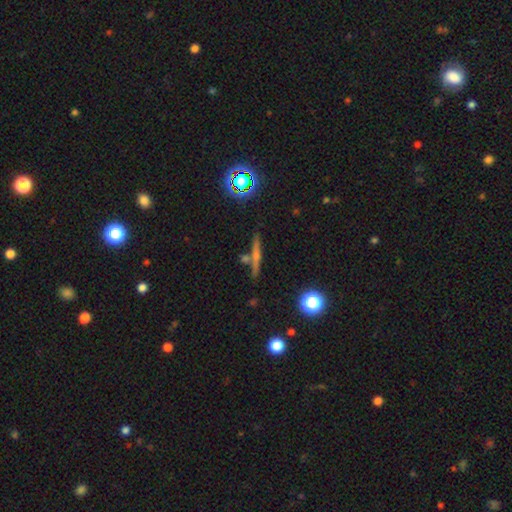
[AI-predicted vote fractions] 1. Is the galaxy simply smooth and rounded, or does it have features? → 48% featured or disk, 36% smooth, 16% star or artifact.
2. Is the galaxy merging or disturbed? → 77% none, 10% minor disturbance, 9% merger, 3% major disturbance.